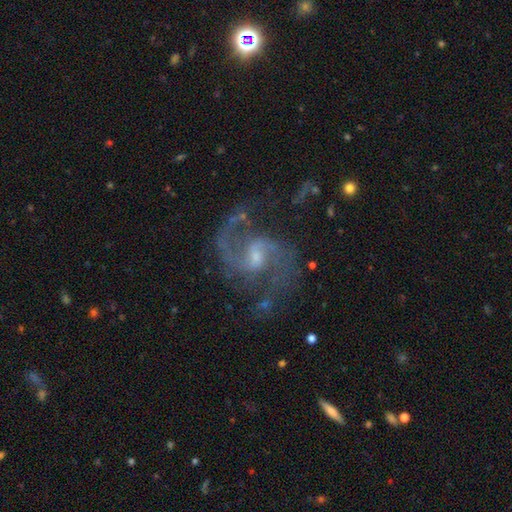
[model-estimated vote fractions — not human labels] featured or disk 91%, star or artifact 6%, smooth 3%. Down the decision tree: edge-on disk — no (98%); bar — weak (58%); spiral arms — yes (98%); spiral arm count — 2 (90%); spiral winding — medium (55%); bulge size — small (53%); merging — none (68%).